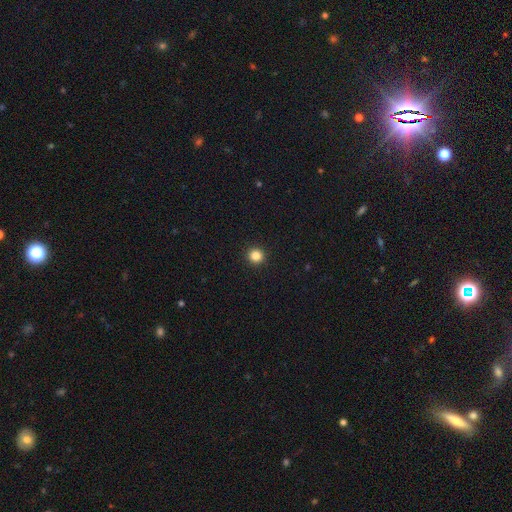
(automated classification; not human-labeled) smooth_or_featured: smooth (p=0.85) [alt: star or artifact p=0.12]
how_rounded: round (p=0.95) [alt: in between p=0.04]
merging: none (p=0.94) [alt: minor disturbance p=0.04]